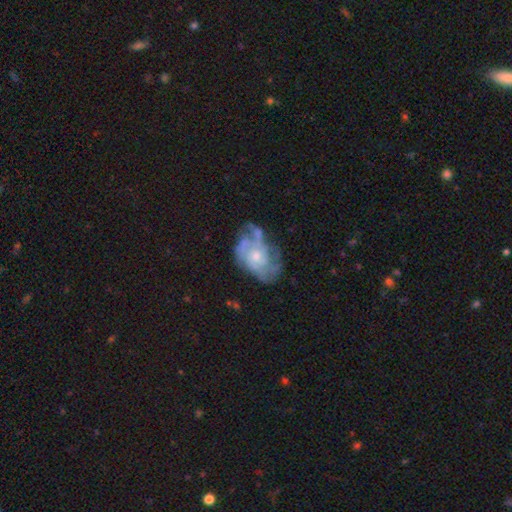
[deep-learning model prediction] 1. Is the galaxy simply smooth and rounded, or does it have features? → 80% featured or disk, 13% smooth, 7% star or artifact.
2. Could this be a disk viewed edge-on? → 97% no, 3% yes.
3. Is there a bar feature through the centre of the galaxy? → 78% no, 19% weak, 3% strong.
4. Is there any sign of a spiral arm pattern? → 88% yes, 12% no.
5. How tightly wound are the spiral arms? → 51% tight, 36% medium, 13% loose.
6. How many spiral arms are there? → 38% can't tell, 20% 3, 17% 4, 13% 2, 6% more than 4, 6% 1.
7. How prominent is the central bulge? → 58% small, 37% moderate, 2% none, 2% large, 1% dominant.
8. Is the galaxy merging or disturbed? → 54% none, 25% minor disturbance, 17% major disturbance, 5% merger.